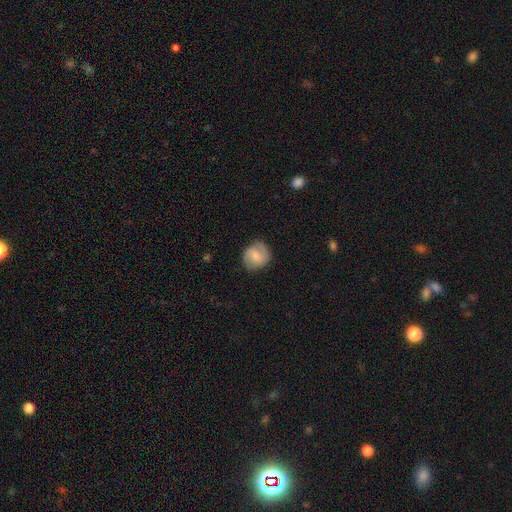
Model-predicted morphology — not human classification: The model was most divided on "smooth or featured": featured or disk: 47%, smooth: 46%, star or artifact: 7%. More confident: merging — none (80%).